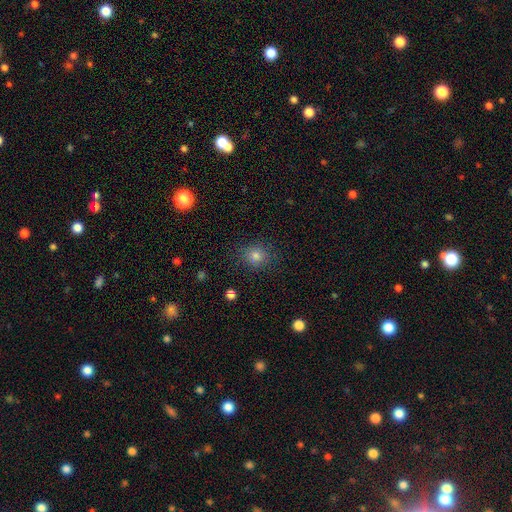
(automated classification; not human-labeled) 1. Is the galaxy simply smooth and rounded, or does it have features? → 76% smooth, 17% star or artifact, 7% featured or disk.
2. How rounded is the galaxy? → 83% round, 16% in between, 1% cigar-shaped.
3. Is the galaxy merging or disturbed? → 86% none, 10% minor disturbance, 3% major disturbance, 1% merger.